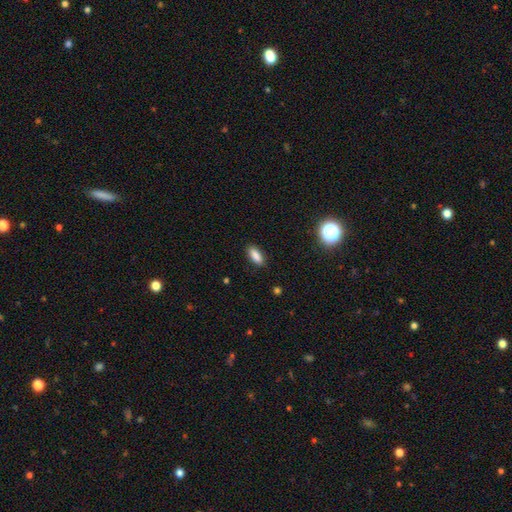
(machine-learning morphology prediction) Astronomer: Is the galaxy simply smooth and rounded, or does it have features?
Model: smooth — 86%.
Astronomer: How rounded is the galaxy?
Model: in between — 82%.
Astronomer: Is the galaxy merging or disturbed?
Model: none — 88%.